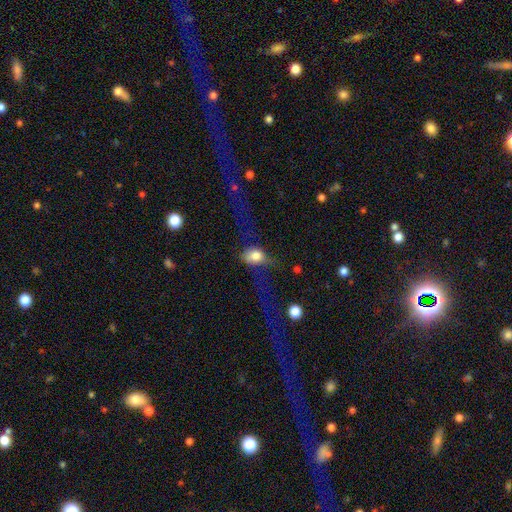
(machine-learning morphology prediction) smooth-or-featured: smooth: 71% | featured or disk: 20% | star or artifact: 9%
  how-rounded: in between: 57% | round: 40% | cigar-shaped: 3%
  merging: major disturbance: 44% | none: 32% | minor disturbance: 19% | merger: 5%